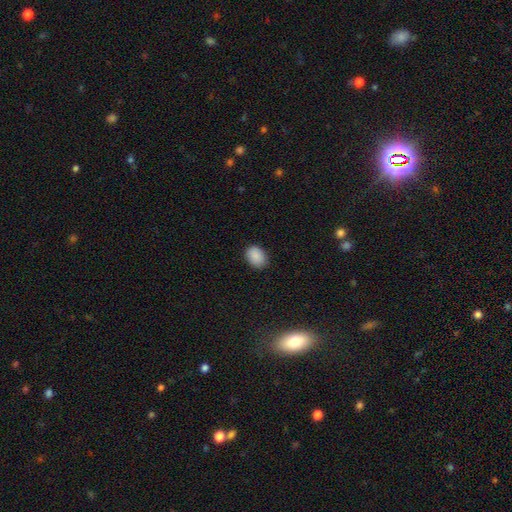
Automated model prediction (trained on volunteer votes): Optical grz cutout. It shows a smooth galaxy with no disk features (89%) that is in between round and cigar-shaped (77%). Merging: none (85%).